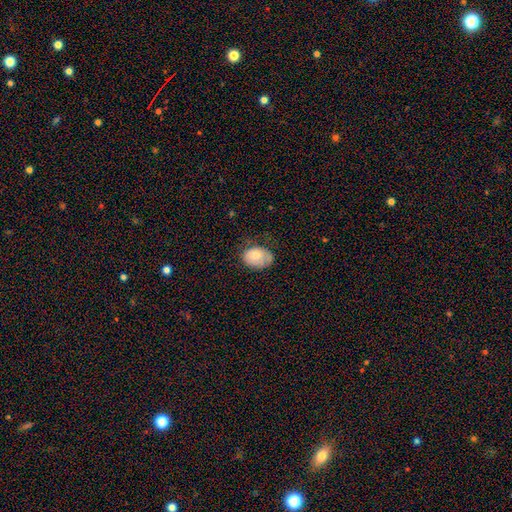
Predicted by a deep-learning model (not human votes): Smooth or featured?
  - smooth: 68% *
  - featured or disk: 25%
  - star or artifact: 7%
How rounded?
  - in between: 75% *
  - round: 25%
  - cigar-shaped: 1%
Merging?
  - none: 54% *
  - minor disturbance: 32%
  - major disturbance: 12%
  - merger: 2%